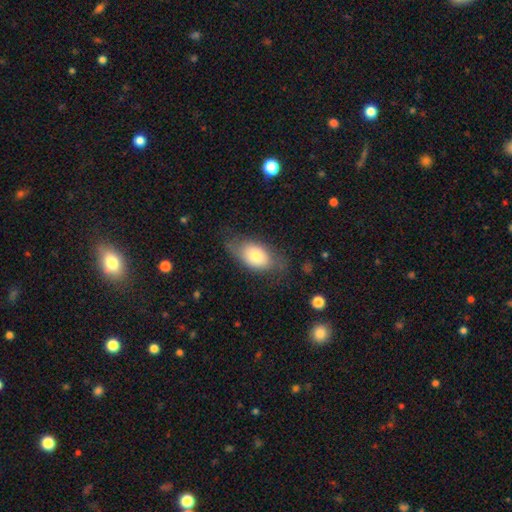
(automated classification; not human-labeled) This appears to be a smooth galaxy with no disk features (66%) that is in between round and cigar-shaped (86%). Merging: none (60%).